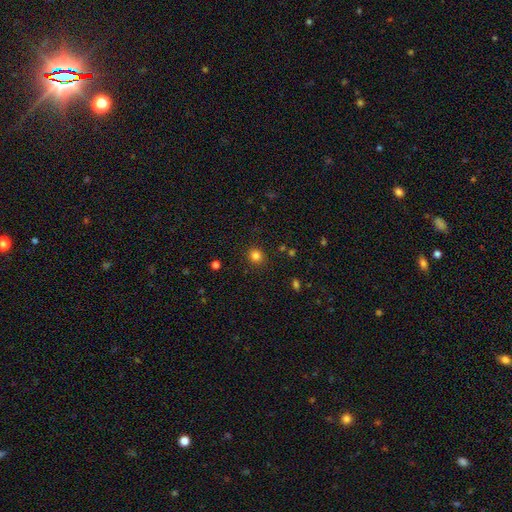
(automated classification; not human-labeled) smooth 82%, star or artifact 13%, featured or disk 4%. Down the decision tree: how rounded — round (87%); merging — none (89%).